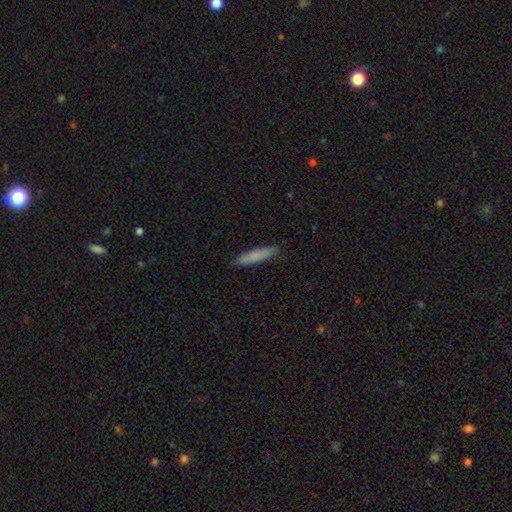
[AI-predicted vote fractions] Smooth or featured?
  - smooth: 80% *
  - featured or disk: 15%
  - star or artifact: 6%
How rounded?
  - cigar-shaped: 88% *
  - in between: 11%
  - round: 1%
Merging?
  - none: 89% *
  - minor disturbance: 8%
  - major disturbance: 2%
  - merger: 1%